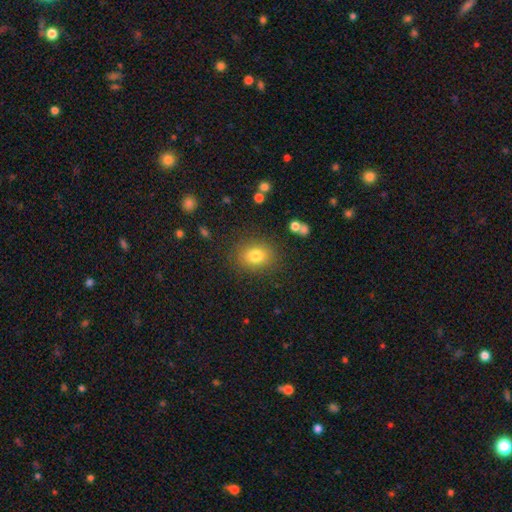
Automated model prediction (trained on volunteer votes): Q: Smooth or featured?
A: smooth (78%); runner-up: star or artifact (12%)
Q: How rounded?
A: round (58%); runner-up: in between (41%)
Q: Merging?
A: none (85%); runner-up: minor disturbance (10%)